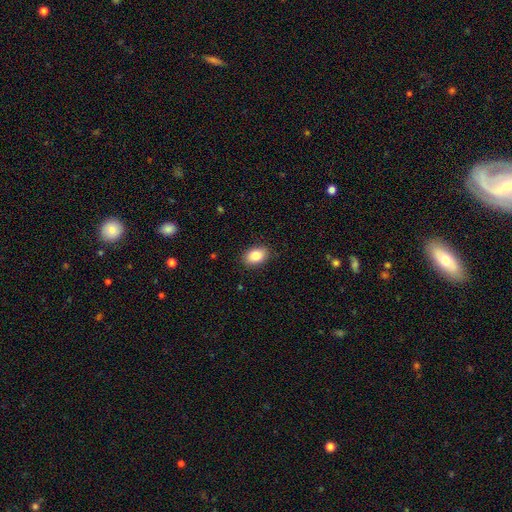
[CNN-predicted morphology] Smooth or featured? Predicted: smooth (p=0.84). How rounded? Predicted: in between (p=0.83). Merging? Predicted: none (p=0.88).